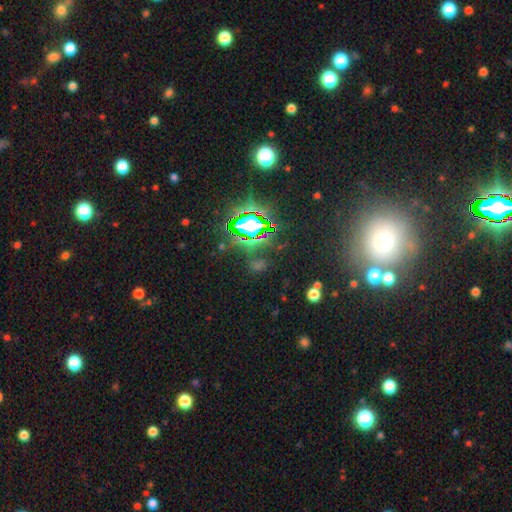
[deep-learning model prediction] smooth_or_featured: star or artifact (p=0.77) [alt: smooth p=0.13]